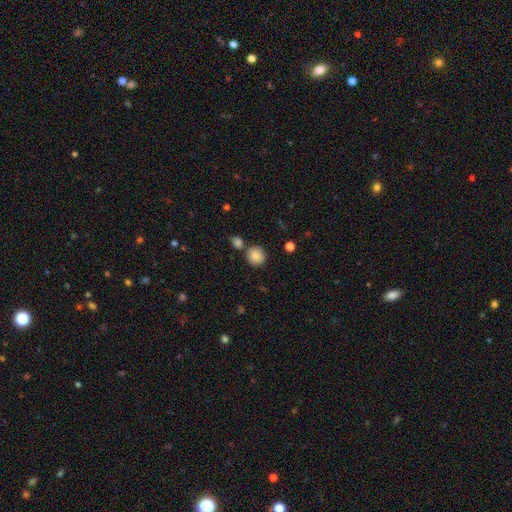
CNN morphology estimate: The model was most divided on "merging": none: 72%, merger: 16%, minor disturbance: 9%, major disturbance: 3%. More confident: how rounded — round (91%); smooth or featured — smooth (85%).